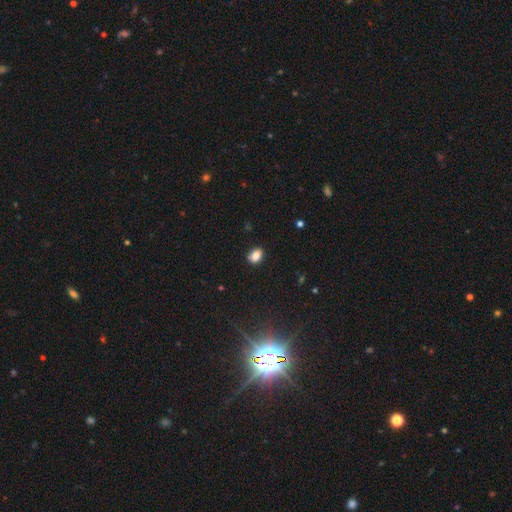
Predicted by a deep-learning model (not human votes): Smooth or featured?
  - smooth: 84% *
  - star or artifact: 10%
  - featured or disk: 6%
How rounded?
  - in between: 75% *
  - round: 24%
  - cigar-shaped: 2%
Merging?
  - none: 83% *
  - minor disturbance: 13%
  - major disturbance: 3%
  - merger: 2%